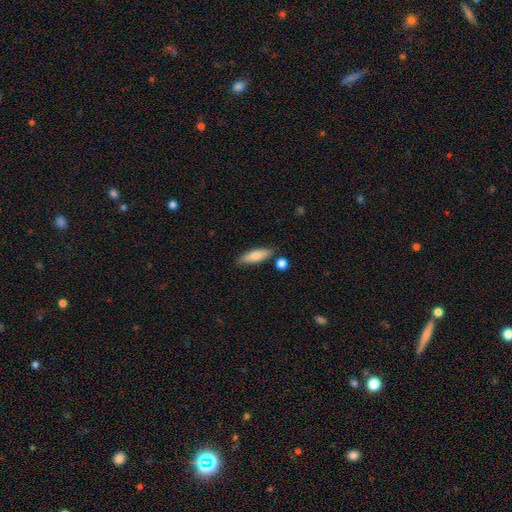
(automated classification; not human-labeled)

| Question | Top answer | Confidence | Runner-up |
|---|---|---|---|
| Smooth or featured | smooth | 72% | featured or disk (22%) |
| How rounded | cigar-shaped | 53% | in between (45%) |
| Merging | none | 79% | minor disturbance (13%) |